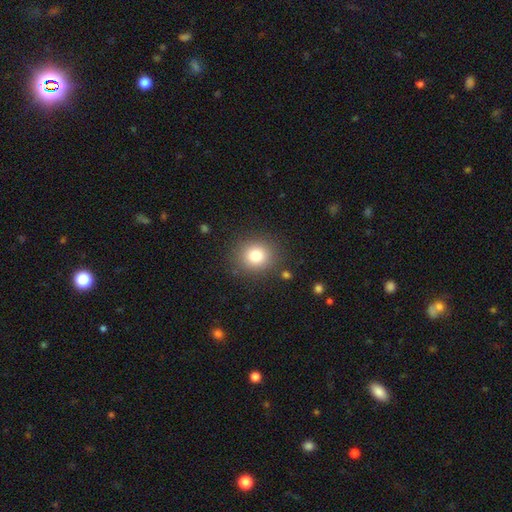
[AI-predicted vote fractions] This appears to be a smooth galaxy with no disk features (80%) that is round (83%). Merging: none (87%).